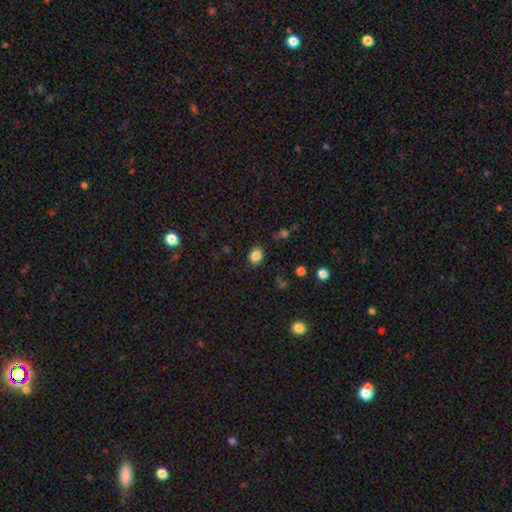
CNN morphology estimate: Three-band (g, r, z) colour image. It shows a smooth galaxy with no disk features (85%) that is round (51%). Merging: none (85%).